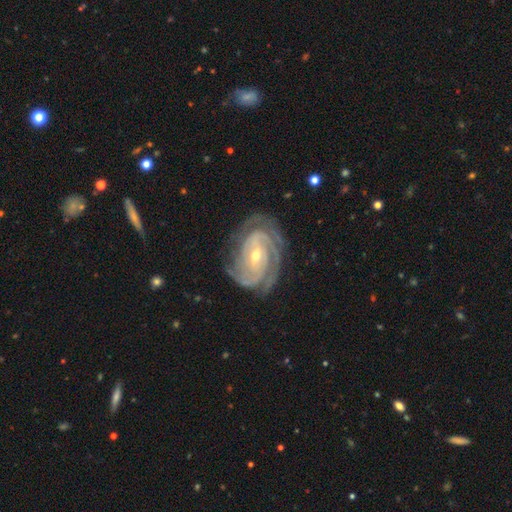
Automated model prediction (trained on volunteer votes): featured or disk 91%, star or artifact 4%, smooth 4%. Down the decision tree: edge-on disk — no (97%); bar — weak (40%); spiral arms — yes (98%); spiral arm count — 3 (33%); spiral winding — tight (73%); bulge size — small (56%); merging — none (74%).